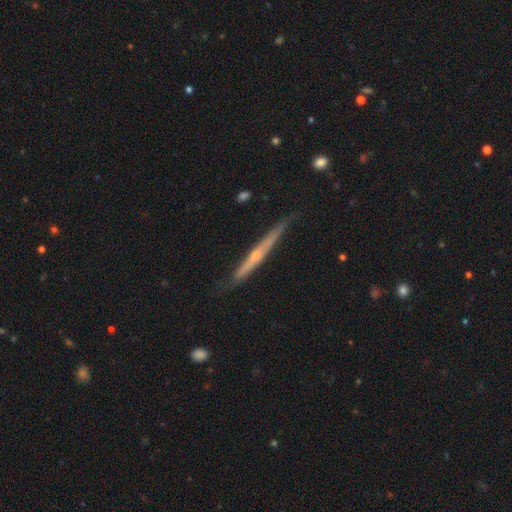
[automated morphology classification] Smooth or featured: featured or disk — 68% (smooth — 26%)
Edge-on disk: yes — 97% (no — 3%)
Edge-on bulge: rounded — 54% (none — 42%)
Merging: none — 80% (minor disturbance — 16%)